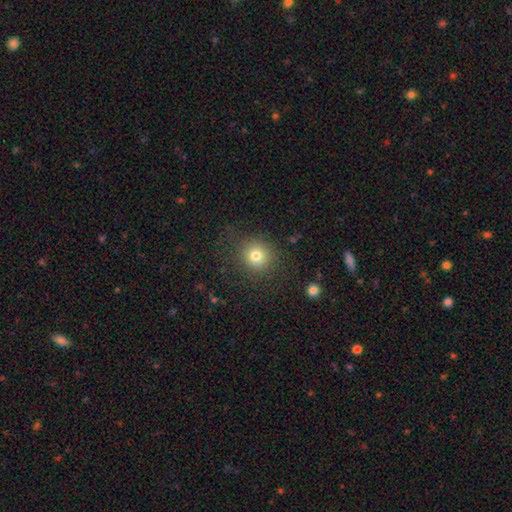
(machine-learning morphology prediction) Q: Smooth or featured?
A: smooth (78%); runner-up: star or artifact (13%)
Q: How rounded?
A: round (89%); runner-up: in between (10%)
Q: Merging?
A: none (84%); runner-up: minor disturbance (9%)